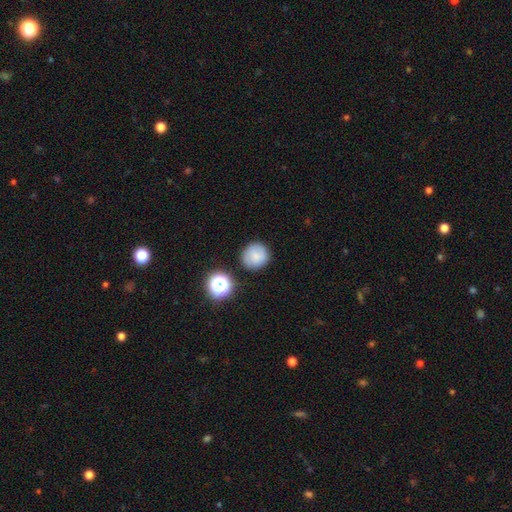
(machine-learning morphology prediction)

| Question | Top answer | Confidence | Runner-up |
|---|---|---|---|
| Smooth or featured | smooth | 77% | featured or disk (11%) |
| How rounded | round | 93% | in between (6%) |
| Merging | none | 83% | minor disturbance (10%) |